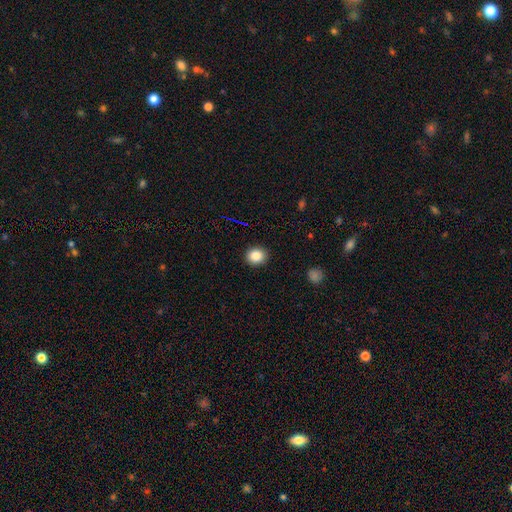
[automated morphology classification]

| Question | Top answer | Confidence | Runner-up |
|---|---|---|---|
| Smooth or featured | smooth | 85% | star or artifact (10%) |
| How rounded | round | 70% | in between (29%) |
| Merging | none | 91% | minor disturbance (6%) |